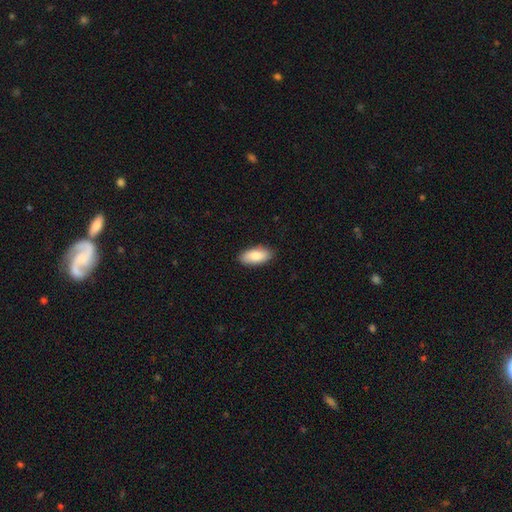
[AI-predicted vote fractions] A smooth galaxy with no disk features (85%) that is in between round and cigar-shaped (91%).

Vote fractions:
- Smooth or featured? smooth: 85% / featured or disk: 9% / star or artifact: 6%
- How rounded? in between: 91% / cigar-shaped: 7% / round: 2%
- Merging? none: 89% / minor disturbance: 9% / major disturbance: 2% / merger: 1%